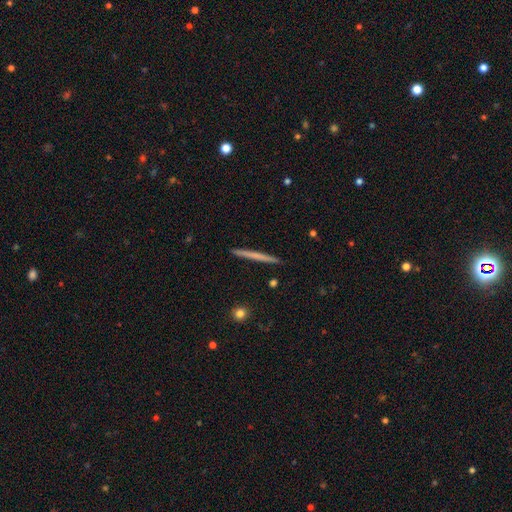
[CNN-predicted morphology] Smooth or featured? Predicted: smooth (p=0.53). How rounded? Predicted: cigar-shaped (p=0.97). Merging? Predicted: none (p=0.92).